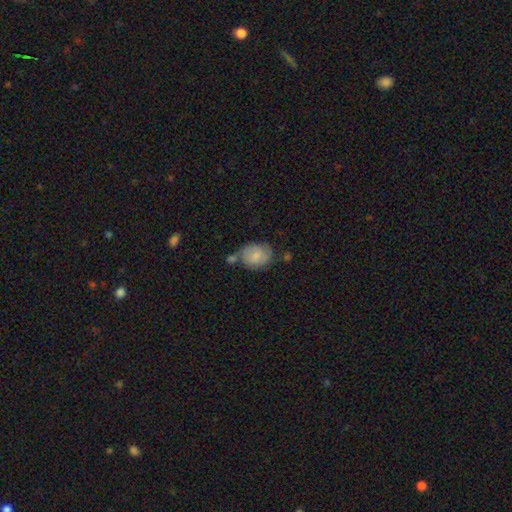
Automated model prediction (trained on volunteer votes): smooth_or_featured: smooth (p=0.64) [alt: featured or disk p=0.29]
how_rounded: in between (p=0.56) [alt: round p=0.43]
merging: none (p=0.48) [alt: minor disturbance p=0.23]